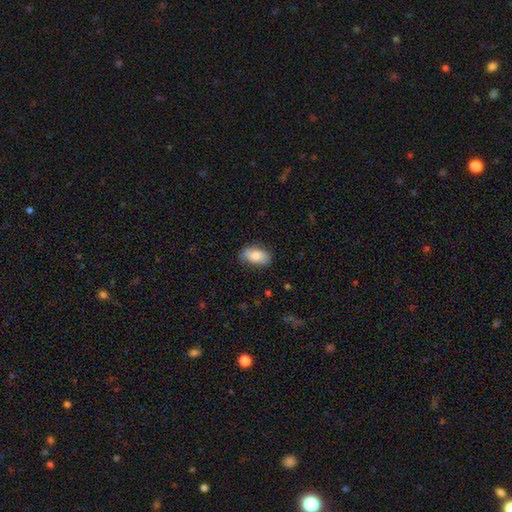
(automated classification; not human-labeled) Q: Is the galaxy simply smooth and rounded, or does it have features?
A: smooth — 81%.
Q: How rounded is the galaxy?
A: in between — 93%.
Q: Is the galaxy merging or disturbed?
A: none — 75%.